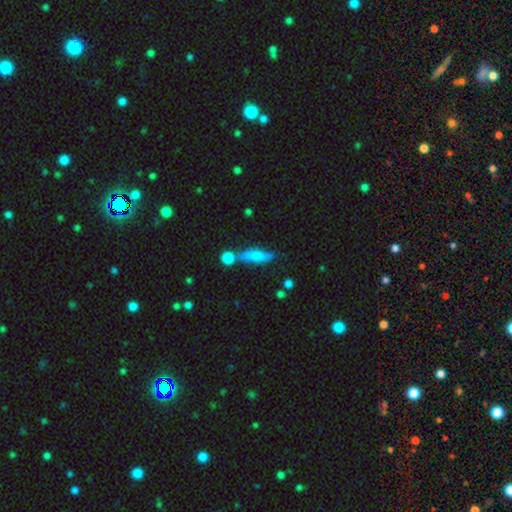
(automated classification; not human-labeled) Smooth or featured? Predicted: smooth (p=0.61). How rounded? Predicted: cigar-shaped (p=0.66). Merging? Predicted: none (p=0.58).